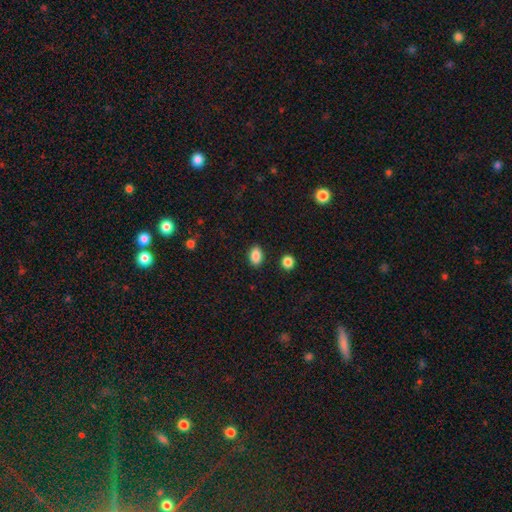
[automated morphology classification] type=smooth (87%); roundness=in between (85%); merging=none (87%).